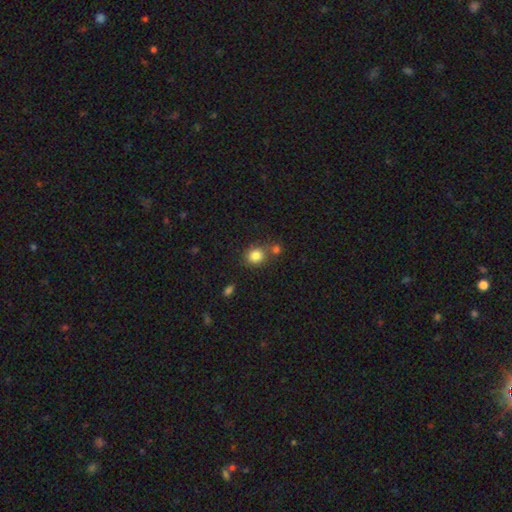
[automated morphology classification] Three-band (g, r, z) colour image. It shows a smooth galaxy with no disk features (83%) that is round (76%). Merging: none (63%).